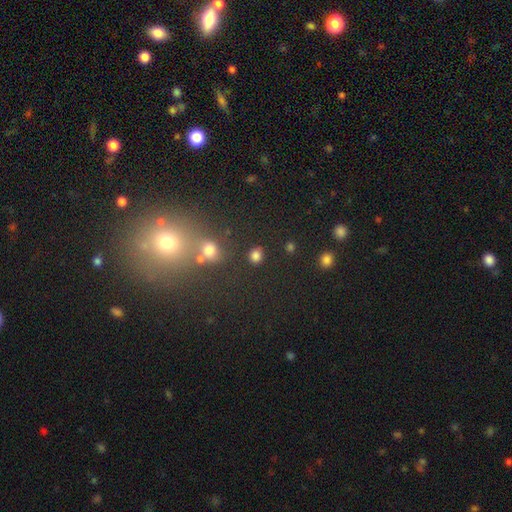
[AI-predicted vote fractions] Q: Smooth or featured?
A: smooth (81%); runner-up: star or artifact (14%)
Q: How rounded?
A: round (66%); runner-up: in between (33%)
Q: Merging?
A: none (83%); runner-up: minor disturbance (9%)